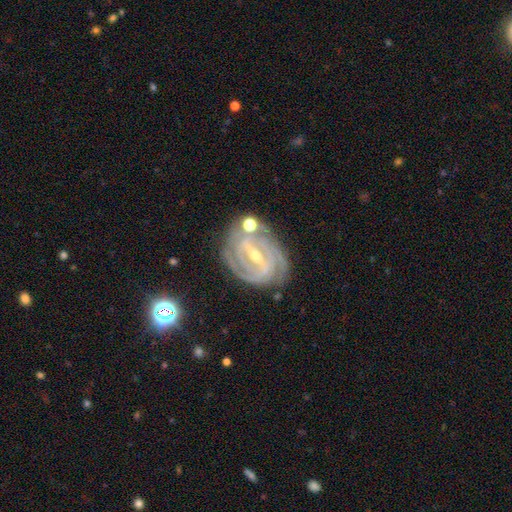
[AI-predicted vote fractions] smooth_or_featured: featured or disk (p=0.89) [alt: star or artifact p=0.06]
disk_edge_on: no (p=0.96) [alt: yes p=0.04]
bar: strong (p=0.60) [alt: weak p=0.31]
has_spiral_arms: yes (p=0.97) [alt: no p=0.03]
spiral_winding: tight (p=0.73) [alt: medium p=0.23]
spiral_arm_count: 2 (p=0.36) [alt: 3 p=0.28]
bulge_size: small (p=0.57) [alt: moderate p=0.40]
merging: none (p=0.73) [alt: minor disturbance p=0.16]